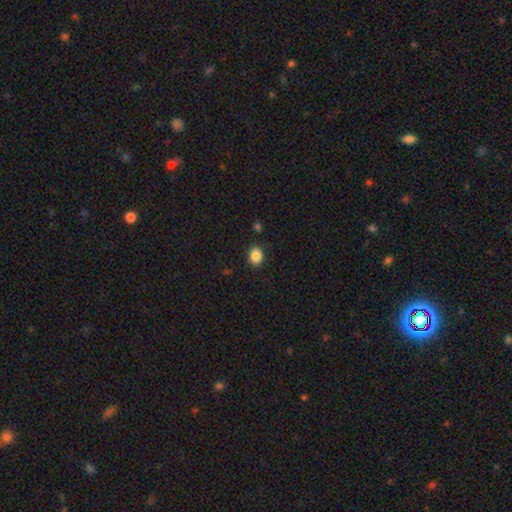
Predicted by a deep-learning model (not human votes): Overall: smooth (87%). How rounded: in between (55%; round 44%). Merging: none (87%).